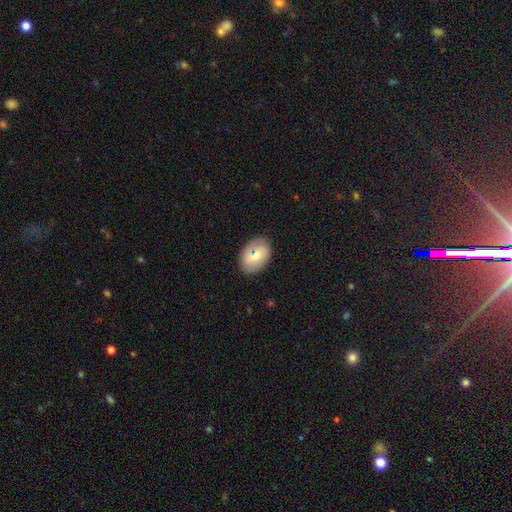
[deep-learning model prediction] Smooth or featured: smooth — 69% (featured or disk — 24%)
How rounded: in between — 83% (round — 15%)
Merging: none — 84% (minor disturbance — 11%)